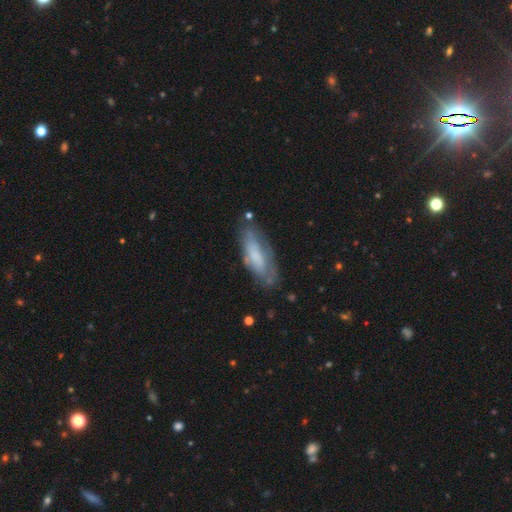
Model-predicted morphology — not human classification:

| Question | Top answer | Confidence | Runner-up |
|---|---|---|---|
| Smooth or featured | smooth | 51% | featured or disk (42%) |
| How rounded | in between | 61% | cigar-shaped (37%) |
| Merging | none | 63% | minor disturbance (25%) |